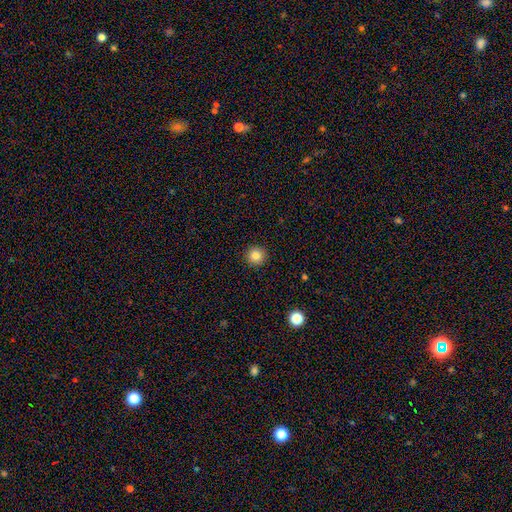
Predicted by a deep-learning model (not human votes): Overall: smooth (84%). How rounded: round (95%). Merging: none (92%).